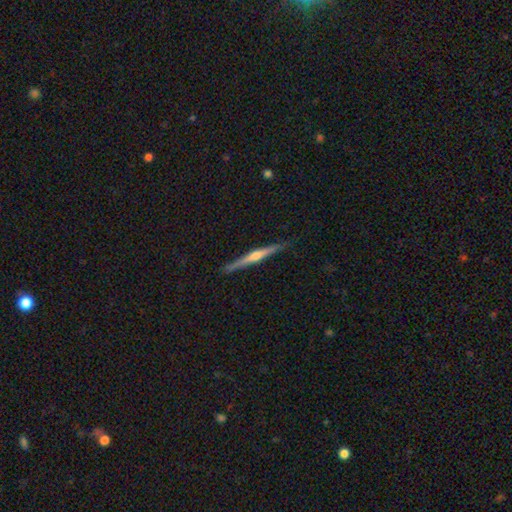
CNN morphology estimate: type=featured or disk (73%); edge-on=yes (98%); edge-on bulge=rounded (83%); merging=none (88%).